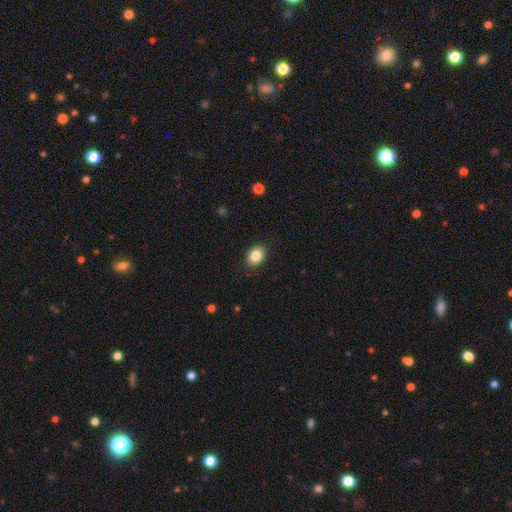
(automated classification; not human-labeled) This appears to be a smooth galaxy with no disk features (85%) that is in between round and cigar-shaped (72%). Merging: none (87%).